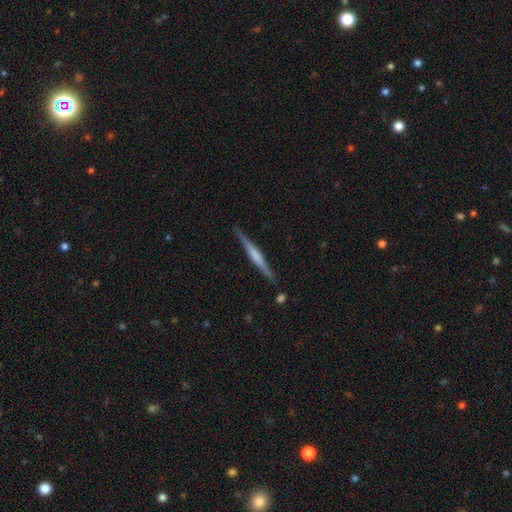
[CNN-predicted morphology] smooth_or_featured: featured or disk (p=0.66) [alt: smooth p=0.29]
disk_edge_on: yes (p=0.98) [alt: no p=0.02]
edge_on_bulge: boxy (p=0.35) [alt: rounded p=0.34]
merging: none (p=0.88) [alt: minor disturbance p=0.09]